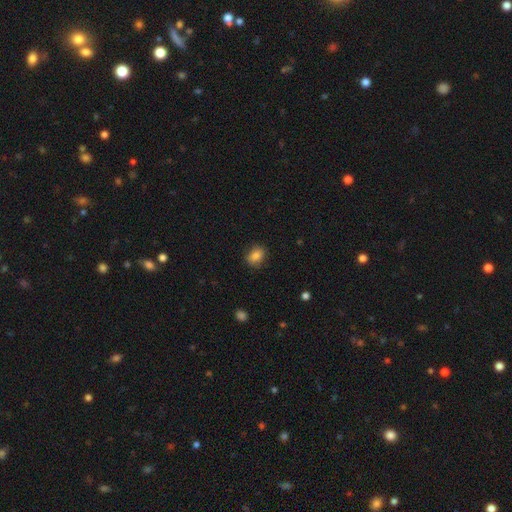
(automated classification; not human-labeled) This is clearly a smooth galaxy (83%). How rounded: possibly in between (56%). Merging: clearly none (86%).